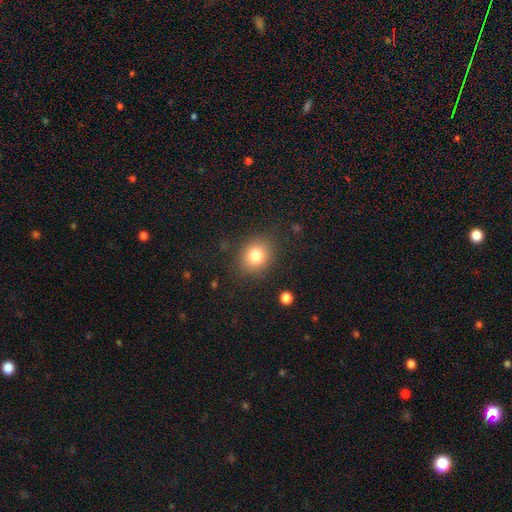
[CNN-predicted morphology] Smooth or featured? smooth (80%)
How rounded? round (71%)
Merging? none (85%)